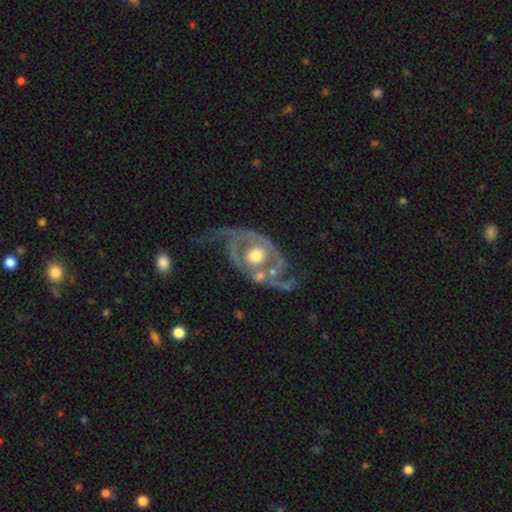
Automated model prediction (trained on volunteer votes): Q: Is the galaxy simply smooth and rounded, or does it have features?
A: featured or disk — 83%.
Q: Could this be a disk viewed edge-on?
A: no — 96%.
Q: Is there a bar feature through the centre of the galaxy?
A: no — 81%.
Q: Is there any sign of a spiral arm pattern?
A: yes — 73%.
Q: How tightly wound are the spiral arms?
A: loose — 40%.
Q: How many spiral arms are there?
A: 2 — 61%.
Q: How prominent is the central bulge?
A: moderate — 70%.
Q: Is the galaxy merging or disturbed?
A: none — 36%.